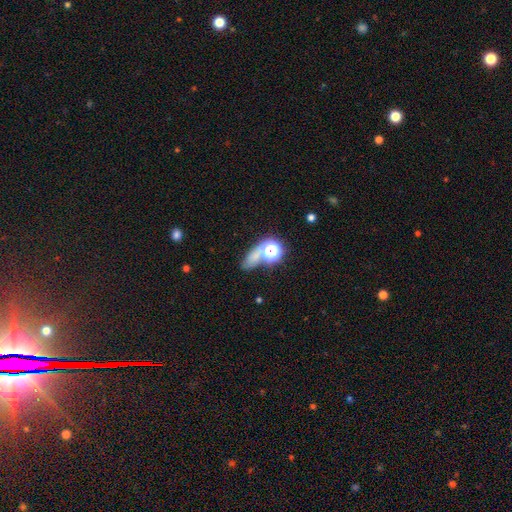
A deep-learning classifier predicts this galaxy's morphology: A smooth galaxy with no disk features (57%) that is in between round and cigar-shaped (52%).

Vote fractions:
- Smooth or featured? smooth: 57% / star or artifact: 30% / featured or disk: 13%
- How rounded? in between: 52% / round: 38% / cigar-shaped: 10%
- Merging? none: 50% / merger: 23% / minor disturbance: 15% / major disturbance: 12%